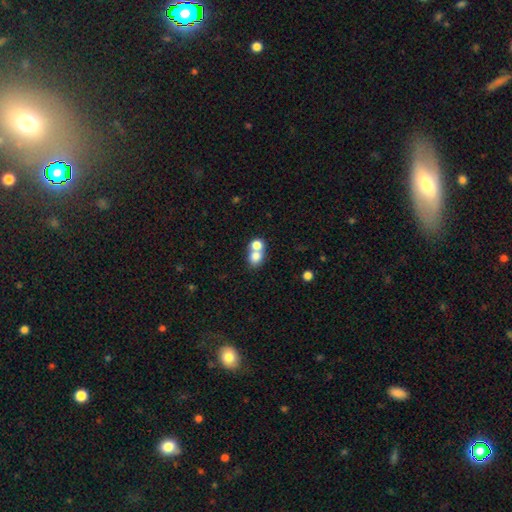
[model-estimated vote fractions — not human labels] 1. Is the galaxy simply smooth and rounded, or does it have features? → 77% smooth, 13% featured or disk, 10% star or artifact.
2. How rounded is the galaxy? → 63% round, 36% in between, 1% cigar-shaped.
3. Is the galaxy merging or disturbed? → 62% merger, 29% none, 5% minor disturbance, 3% major disturbance.